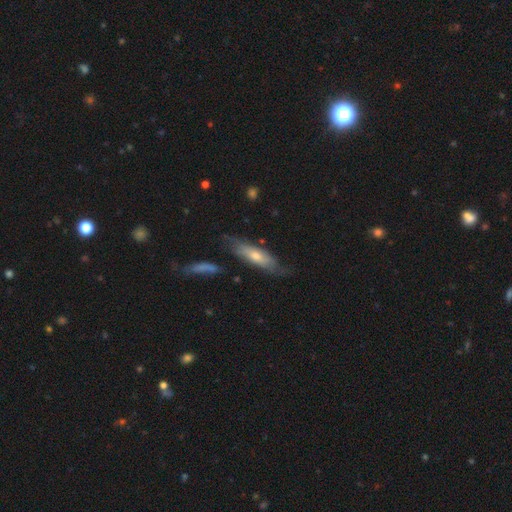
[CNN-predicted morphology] smooth_or_featured: featured or disk (p=0.50) [alt: smooth p=0.44]
merging: none (p=0.63) [alt: minor disturbance p=0.24]